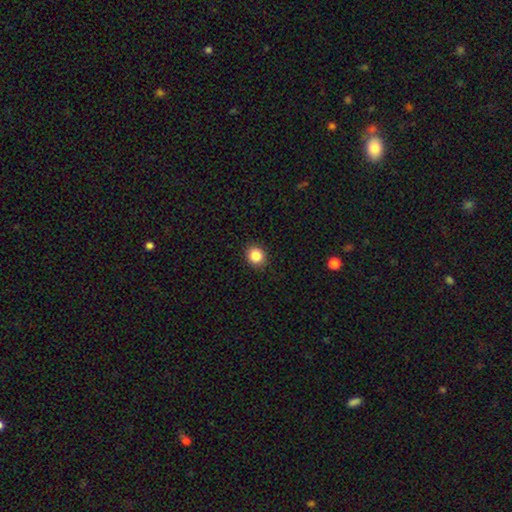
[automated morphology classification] smooth-or-featured: smooth: 86% | star or artifact: 10% | featured or disk: 4%
  how-rounded: round: 82% | in between: 18% | cigar-shaped: 1%
  merging: none: 91% | minor disturbance: 7% | major disturbance: 2% | merger: 1%